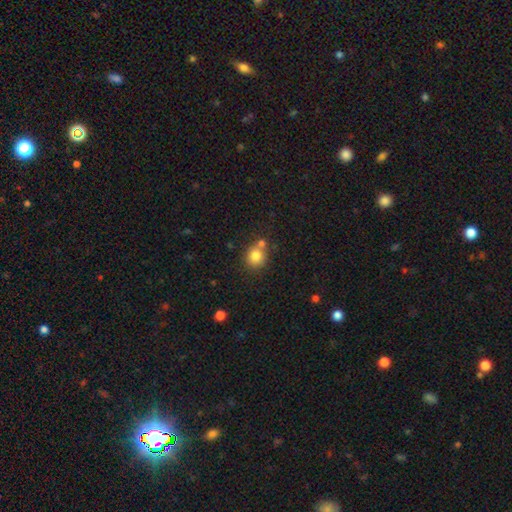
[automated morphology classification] Overall: smooth (81%). How rounded: round (85%). Merging: none (63%).